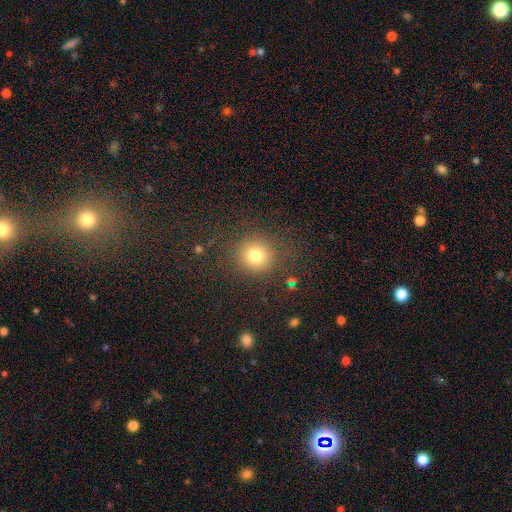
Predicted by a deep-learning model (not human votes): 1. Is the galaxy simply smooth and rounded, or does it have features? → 79% smooth, 14% star or artifact, 7% featured or disk.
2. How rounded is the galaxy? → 90% round, 9% in between, 1% cigar-shaped.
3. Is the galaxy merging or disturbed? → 85% none, 9% minor disturbance, 5% major disturbance, 2% merger.